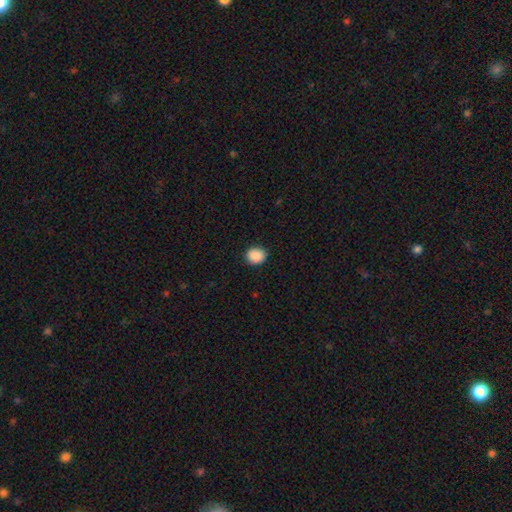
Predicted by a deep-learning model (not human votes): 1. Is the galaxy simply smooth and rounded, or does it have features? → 89% smooth, 8% star or artifact, 3% featured or disk.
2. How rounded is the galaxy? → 70% round, 29% in between, 1% cigar-shaped.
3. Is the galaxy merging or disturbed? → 86% none, 10% minor disturbance, 2% major disturbance, 1% merger.